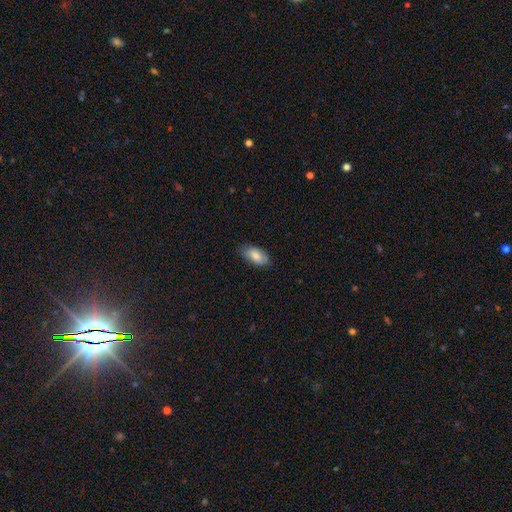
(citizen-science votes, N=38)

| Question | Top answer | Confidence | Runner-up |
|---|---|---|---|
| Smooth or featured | smooth | 76% | featured or disk (18%) |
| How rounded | in between | 93% | cigar-shaped (7%) |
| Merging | none | 78% | minor disturbance (22%) |